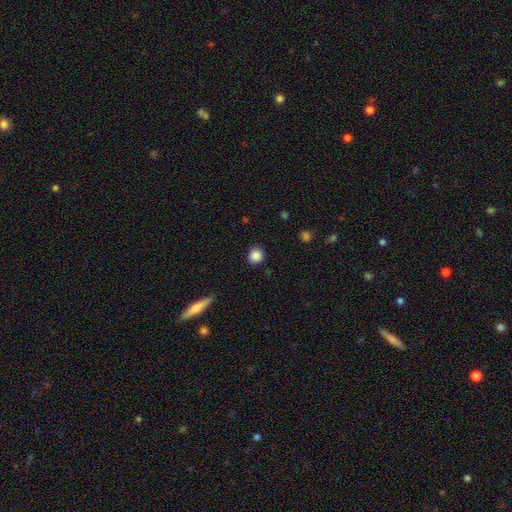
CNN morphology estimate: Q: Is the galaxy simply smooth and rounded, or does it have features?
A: smooth — 87%.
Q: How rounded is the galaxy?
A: round — 87%.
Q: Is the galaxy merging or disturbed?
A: none — 89%.